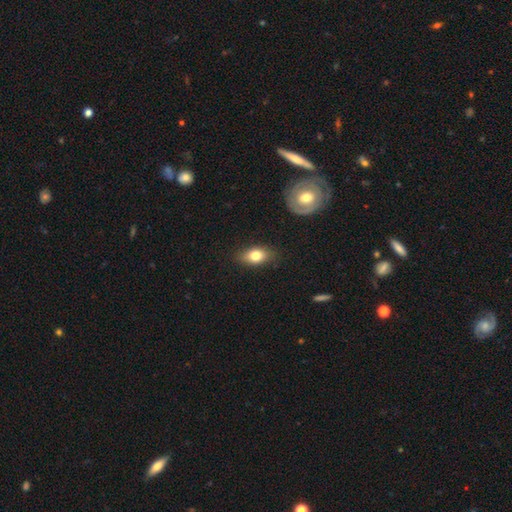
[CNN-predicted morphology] Smooth or featured?
  - smooth: 78% *
  - featured or disk: 14%
  - star or artifact: 8%
How rounded?
  - in between: 84% *
  - round: 12%
  - cigar-shaped: 4%
Merging?
  - none: 81% *
  - minor disturbance: 14%
  - major disturbance: 3%
  - merger: 1%